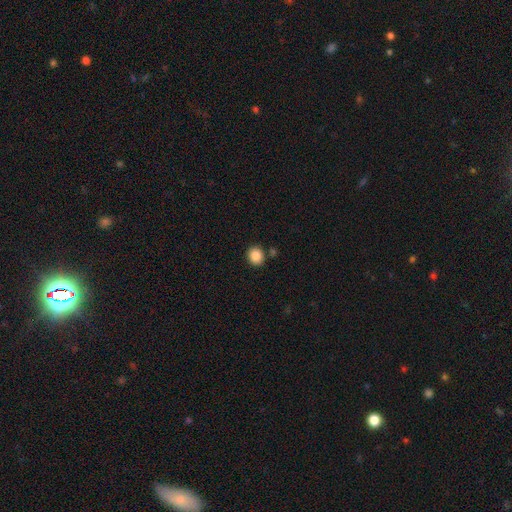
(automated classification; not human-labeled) Q: Smooth or featured?
A: smooth (86%); runner-up: star or artifact (9%)
Q: How rounded?
A: round (77%); runner-up: in between (22%)
Q: Merging?
A: none (84%); runner-up: minor disturbance (8%)